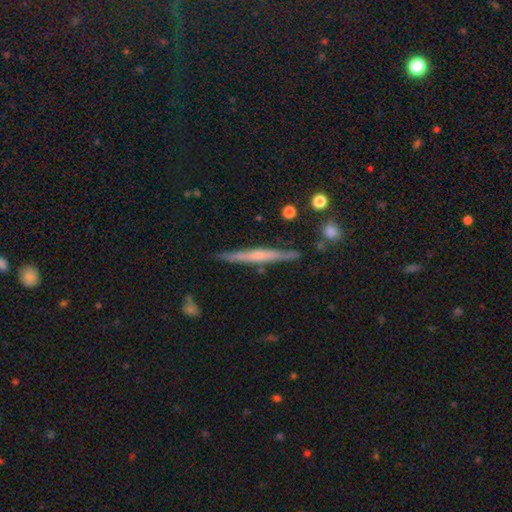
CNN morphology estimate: Smooth or featured: featured or disk — 59% (smooth — 34%)
Edge-on disk: yes — 96% (no — 4%)
Edge-on bulge: none — 54% (rounded — 36%)
Merging: none — 86% (minor disturbance — 10%)